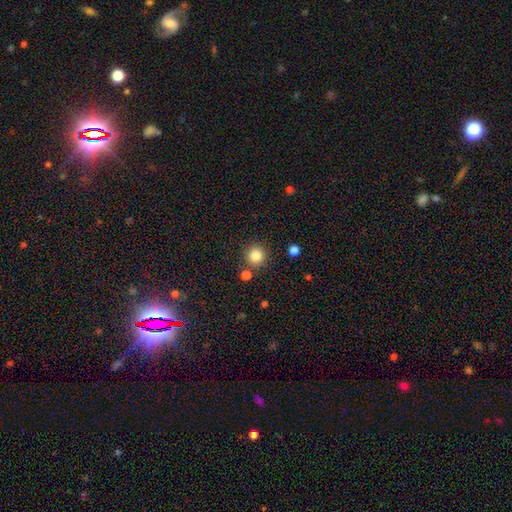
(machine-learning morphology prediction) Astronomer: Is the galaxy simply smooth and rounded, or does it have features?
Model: smooth — 84%.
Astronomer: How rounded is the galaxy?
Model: round — 94%.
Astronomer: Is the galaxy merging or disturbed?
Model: none — 84%.